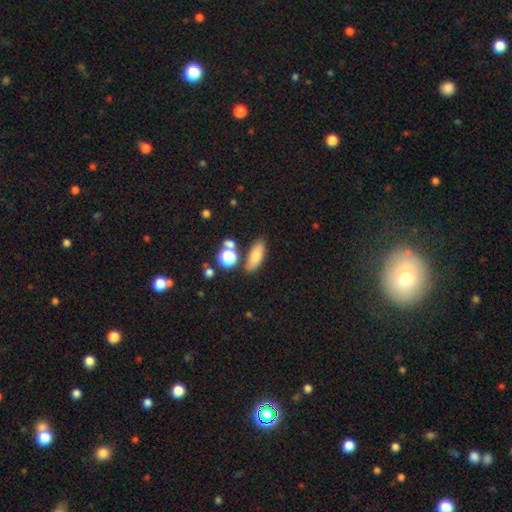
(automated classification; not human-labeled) smooth_or_featured: smooth (p=0.78) [alt: featured or disk p=0.11]
how_rounded: in between (p=0.69) [alt: cigar-shaped p=0.24]
merging: none (p=0.75) [alt: minor disturbance p=0.12]